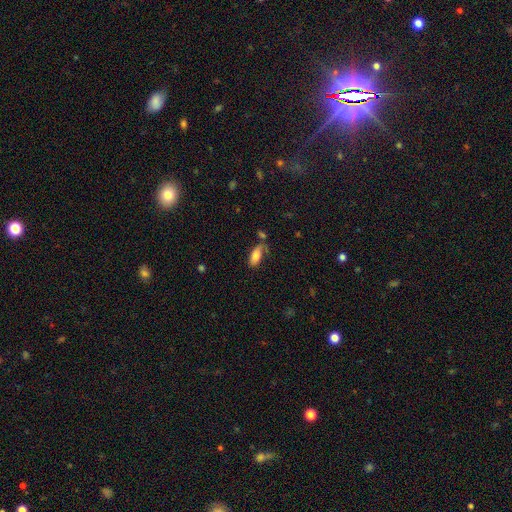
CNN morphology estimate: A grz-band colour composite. It shows a smooth galaxy with no disk features (78%) that is in between round and cigar-shaped (86%). Merging: none (54%).